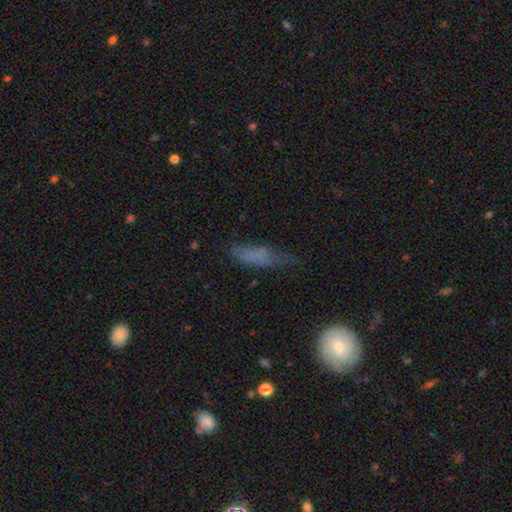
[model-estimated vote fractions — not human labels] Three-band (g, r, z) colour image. It shows a smooth galaxy with no disk features (63%) that is cigar-shaped (54%). Merging: none (43%).